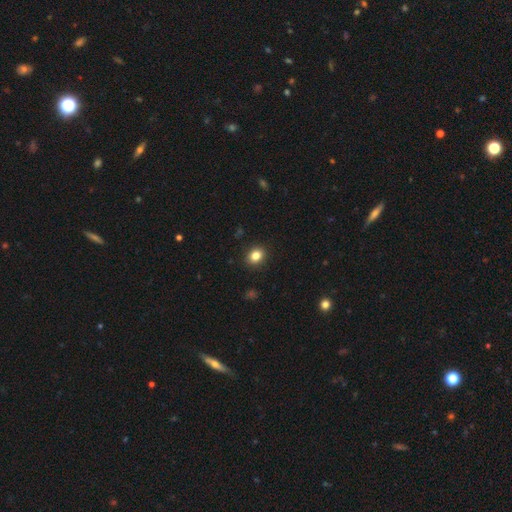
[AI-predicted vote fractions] Smooth or featured? Predicted: smooth (p=0.84). How rounded? Predicted: round (p=0.61). Merging? Predicted: none (p=0.91).